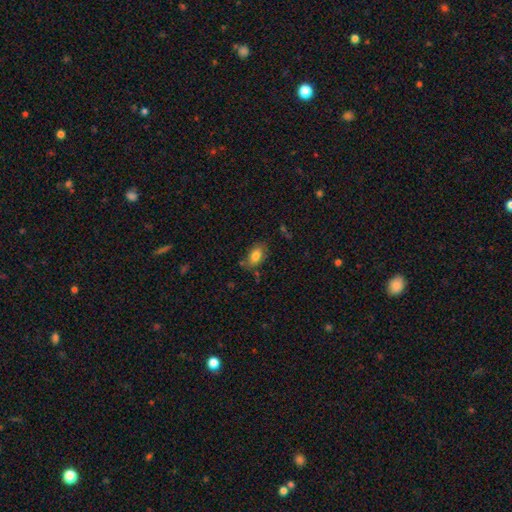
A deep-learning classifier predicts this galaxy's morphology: Smooth or featured? smooth (79%)
How rounded? in between (88%)
Merging? none (70%)